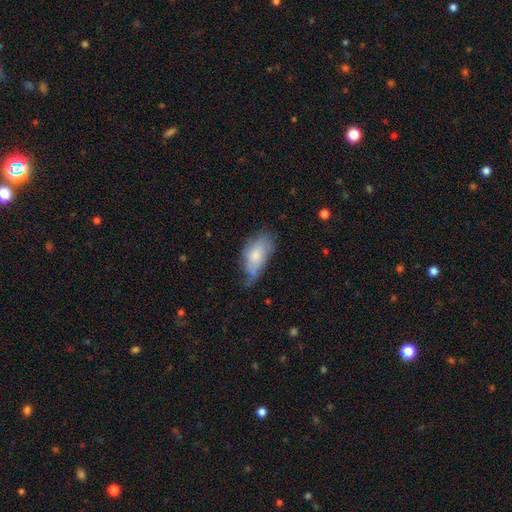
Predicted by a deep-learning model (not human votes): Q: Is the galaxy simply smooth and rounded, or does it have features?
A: smooth — 71%.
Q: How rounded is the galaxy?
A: in between — 91%.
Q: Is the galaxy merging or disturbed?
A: minor disturbance — 43%.